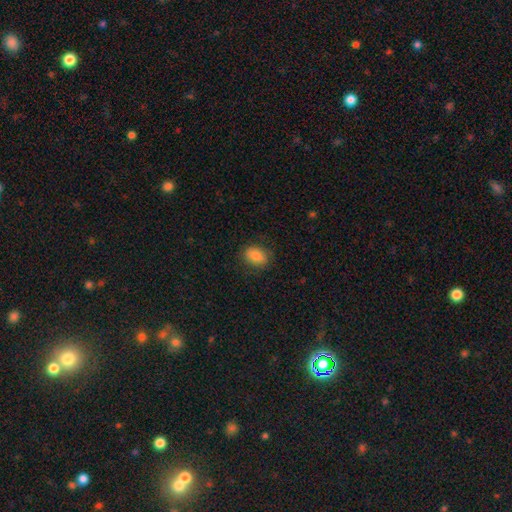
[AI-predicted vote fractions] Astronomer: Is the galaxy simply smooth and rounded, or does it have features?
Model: smooth — 85%.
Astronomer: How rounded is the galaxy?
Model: in between — 72%.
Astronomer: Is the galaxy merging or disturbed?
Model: none — 82%.